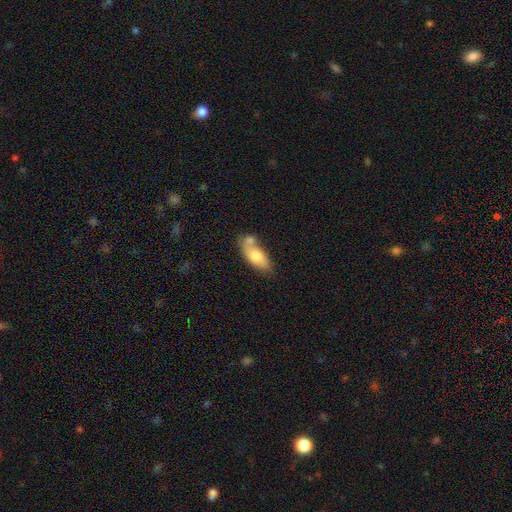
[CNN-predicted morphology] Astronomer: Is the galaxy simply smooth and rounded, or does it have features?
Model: smooth — 71%.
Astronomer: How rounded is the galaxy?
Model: in between — 81%.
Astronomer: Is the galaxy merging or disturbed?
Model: none — 48% (runner-up: merger, 31%).